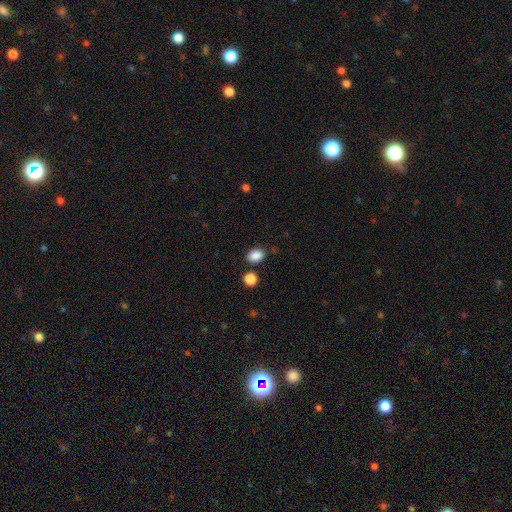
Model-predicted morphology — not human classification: This appears to be a smooth galaxy with no disk features (87%) that is in between round and cigar-shaped (70%). Merging: none (81%).